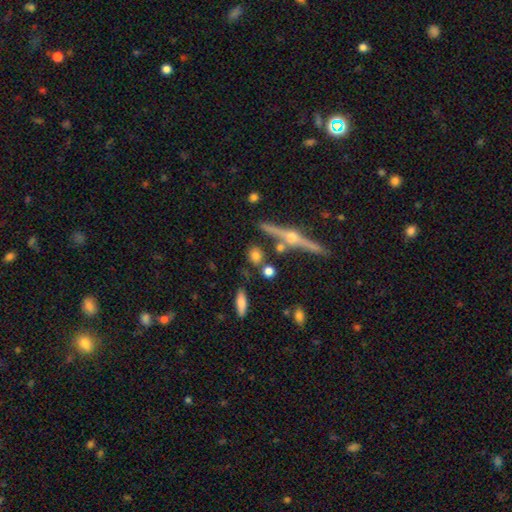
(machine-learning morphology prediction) smooth_or_featured: smooth (p=0.65) [alt: featured or disk p=0.24]
how_rounded: round (p=0.59) [alt: in between p=0.31]
merging: none (p=0.74) [alt: minor disturbance p=0.12]